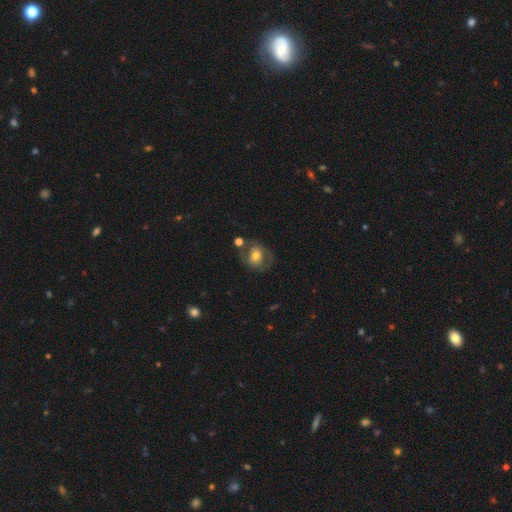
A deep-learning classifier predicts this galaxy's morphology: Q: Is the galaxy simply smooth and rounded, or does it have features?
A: smooth — 51%.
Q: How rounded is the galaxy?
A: round — 62%.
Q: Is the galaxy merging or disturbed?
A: none — 58%.